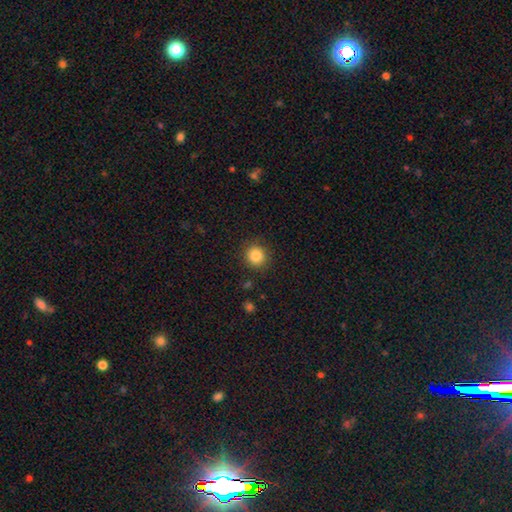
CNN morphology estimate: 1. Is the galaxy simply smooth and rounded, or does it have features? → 85% smooth, 10% star or artifact, 4% featured or disk.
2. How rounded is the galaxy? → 92% round, 7% in between, 1% cigar-shaped.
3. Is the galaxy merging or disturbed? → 89% none, 7% minor disturbance, 3% major disturbance, 1% merger.